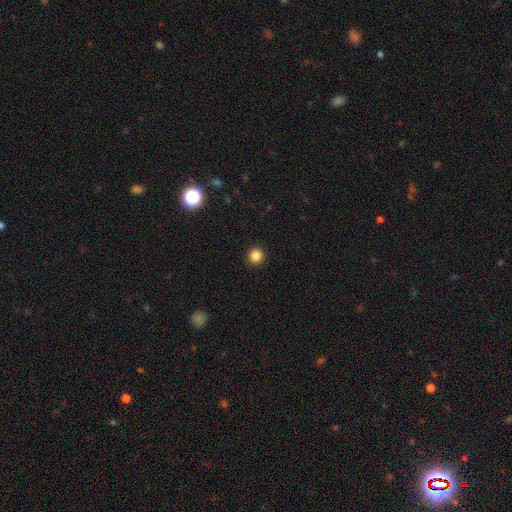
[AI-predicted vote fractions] Smooth or featured?
  - smooth: 85% *
  - star or artifact: 12%
  - featured or disk: 4%
How rounded?
  - round: 96% *
  - in between: 3%
  - cigar-shaped: 1%
Merging?
  - none: 93% *
  - minor disturbance: 4%
  - major disturbance: 2%
  - merger: 1%